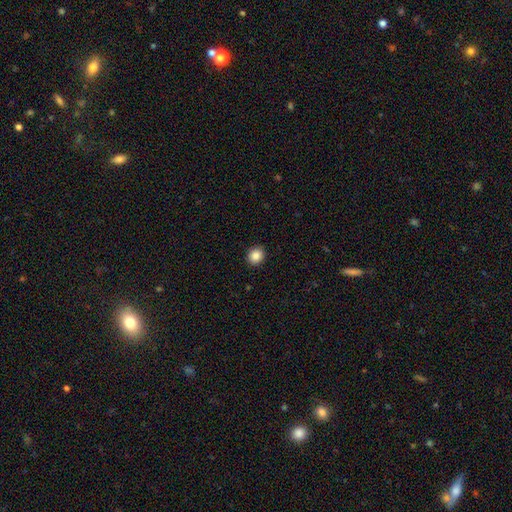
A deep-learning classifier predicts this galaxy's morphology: A smooth galaxy with no disk features (87%) that is round (82%).

Vote fractions:
- Smooth or featured? smooth: 87% / star or artifact: 9% / featured or disk: 3%
- How rounded? round: 82% / in between: 17% / cigar-shaped: 1%
- Merging? none: 92% / minor disturbance: 5% / major disturbance: 2% / merger: 1%